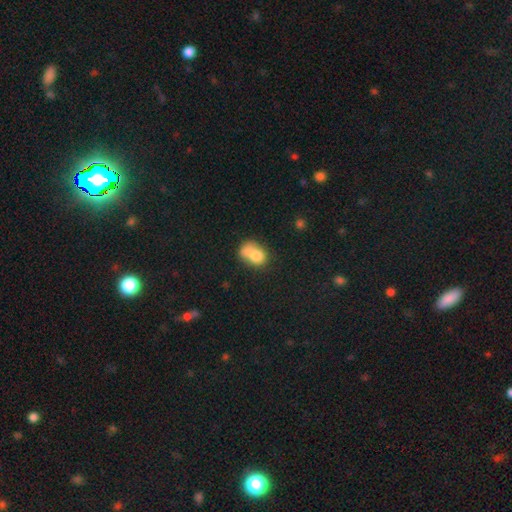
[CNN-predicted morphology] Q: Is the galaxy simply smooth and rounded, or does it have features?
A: smooth — 73%.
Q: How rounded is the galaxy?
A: in between — 61%.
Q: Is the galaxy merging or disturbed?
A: merger — 52%.